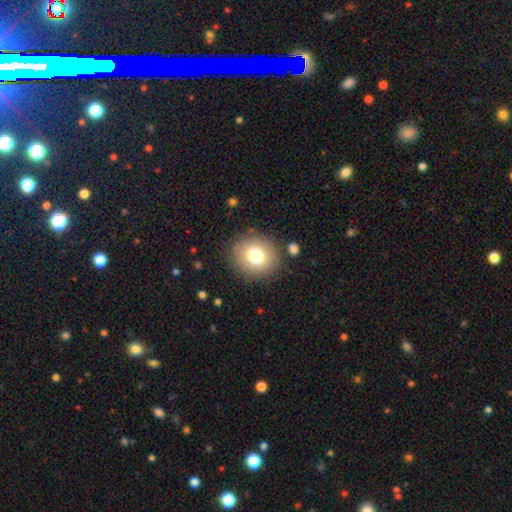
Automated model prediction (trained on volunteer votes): smooth-or-featured: smooth: 75% | featured or disk: 14% | star or artifact: 11%
  how-rounded: round: 82% | in between: 18% | cigar-shaped: 1%
  merging: none: 85% | minor disturbance: 9% | major disturbance: 4% | merger: 3%